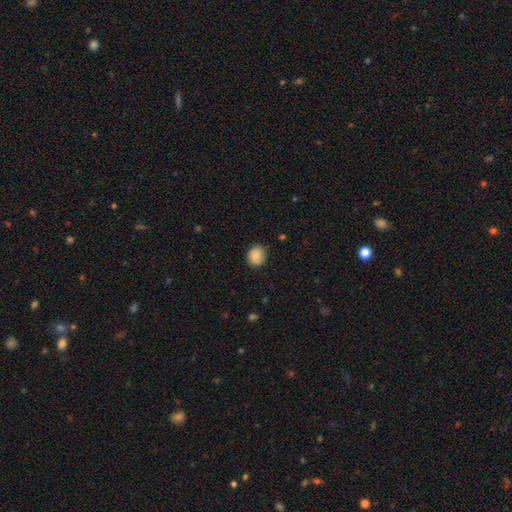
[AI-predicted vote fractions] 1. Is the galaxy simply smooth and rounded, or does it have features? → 83% smooth, 9% featured or disk, 8% star or artifact.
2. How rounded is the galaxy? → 70% round, 29% in between, 1% cigar-shaped.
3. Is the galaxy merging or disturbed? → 83% none, 13% minor disturbance, 3% major disturbance, 1% merger.